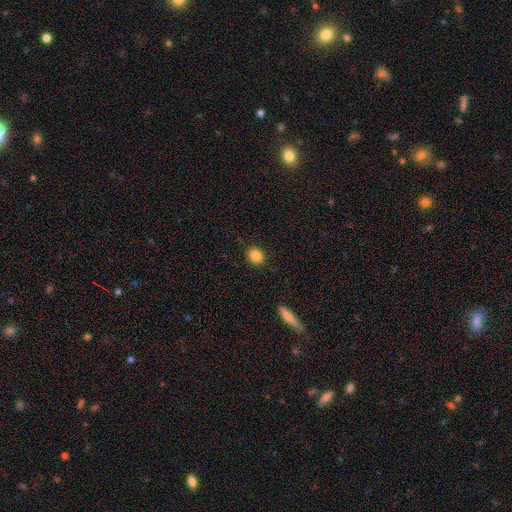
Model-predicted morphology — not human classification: Smooth or featured? Predicted: smooth (p=0.86). How rounded? Predicted: round (p=0.61). Merging? Predicted: none (p=0.90).